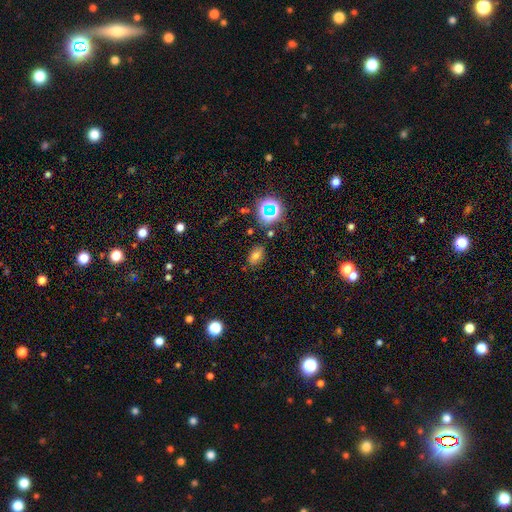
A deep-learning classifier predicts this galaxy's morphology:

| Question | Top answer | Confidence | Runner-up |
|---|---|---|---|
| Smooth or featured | smooth | 61% | star or artifact (25%) |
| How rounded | in between | 82% | round (15%) |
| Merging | none | 77% | minor disturbance (15%) |